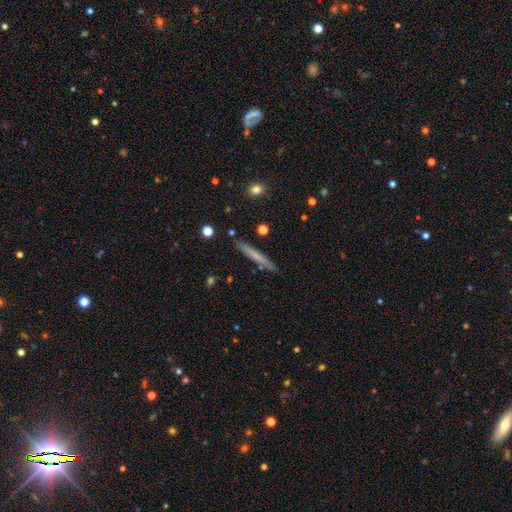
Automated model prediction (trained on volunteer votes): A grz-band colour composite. It shows a smooth galaxy with no disk features (57%) that is cigar-shaped (96%). Merging: none (87%).